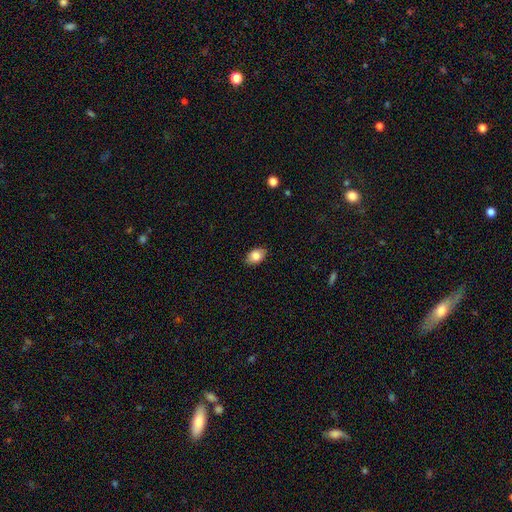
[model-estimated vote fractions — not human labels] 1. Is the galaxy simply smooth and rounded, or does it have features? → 83% smooth, 10% featured or disk, 7% star or artifact.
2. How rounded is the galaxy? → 86% in between, 13% round, 1% cigar-shaped.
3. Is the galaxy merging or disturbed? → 87% none, 11% minor disturbance, 2% major disturbance, 1% merger.